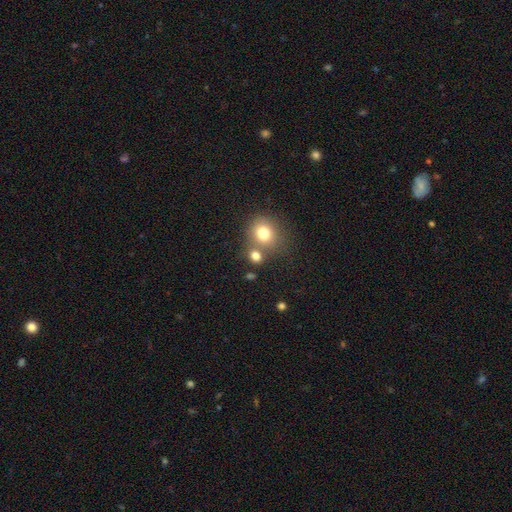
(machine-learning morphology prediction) This is likely a smooth galaxy (78%). How rounded: likely round (74%). Merging: possibly none (57%).